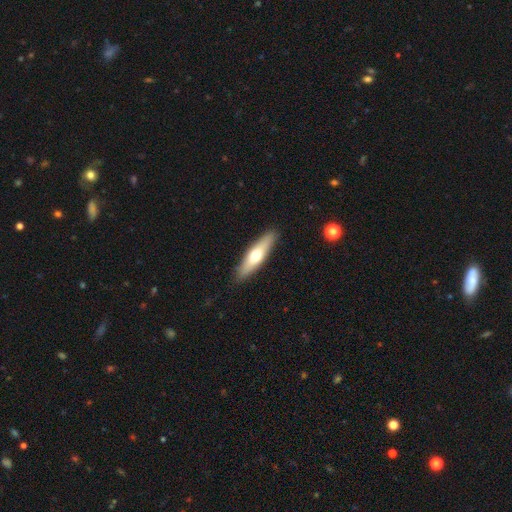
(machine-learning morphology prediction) A smooth galaxy with no disk features (56%) that is cigar-shaped (69%). Merging: none (89%).